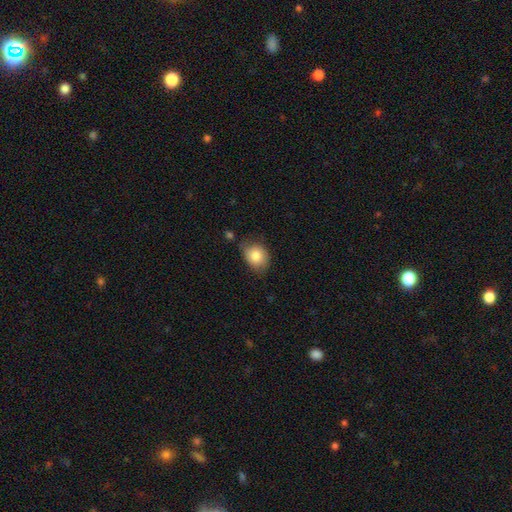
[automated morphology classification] Smooth or featured? smooth (82%)
How rounded? in between (52%)
Merging? none (66%)